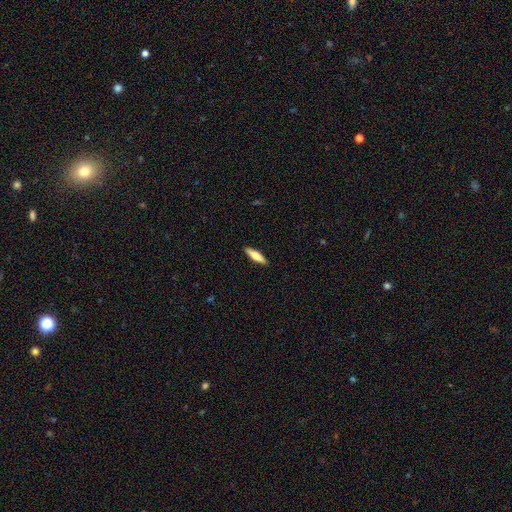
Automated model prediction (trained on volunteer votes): smooth_or_featured: smooth (p=0.60) [alt: featured or disk p=0.34]
how_rounded: cigar-shaped (p=0.66) [alt: in between p=0.32]
merging: none (p=0.91) [alt: minor disturbance p=0.07]